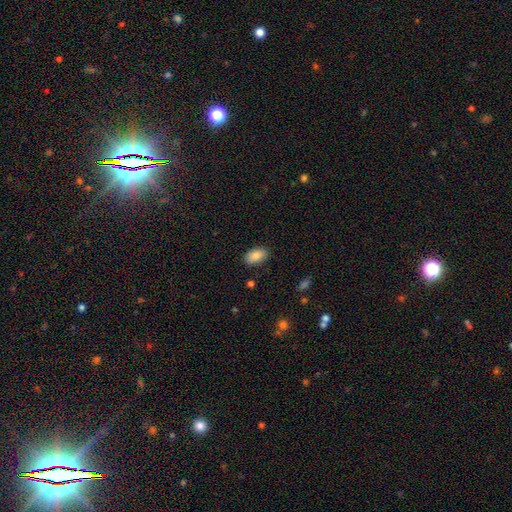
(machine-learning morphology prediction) Overall: smooth (87%). How rounded: in between (93%). Merging: none (86%).